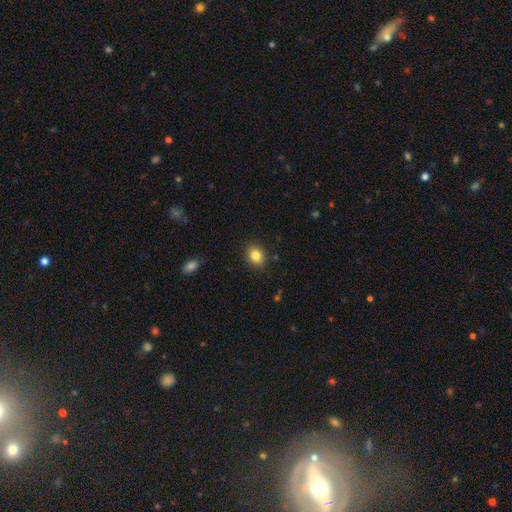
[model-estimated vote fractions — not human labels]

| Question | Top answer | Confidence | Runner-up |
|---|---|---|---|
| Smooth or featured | smooth | 83% | star or artifact (10%) |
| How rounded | round | 52% | in between (47%) |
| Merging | none | 88% | minor disturbance (9%) |